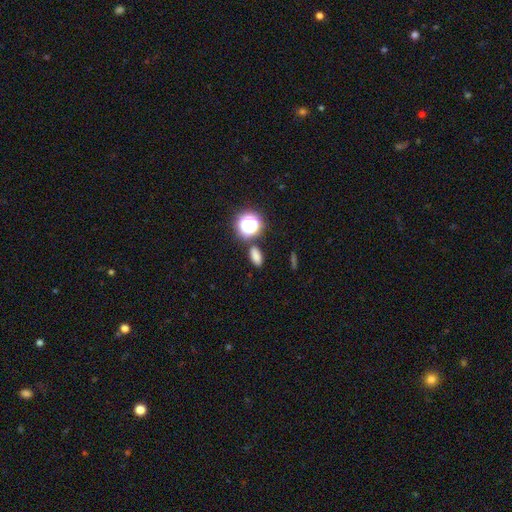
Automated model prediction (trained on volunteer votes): This is likely a smooth galaxy (76%). How rounded: likely in between (76%). Merging: clearly none (82%).